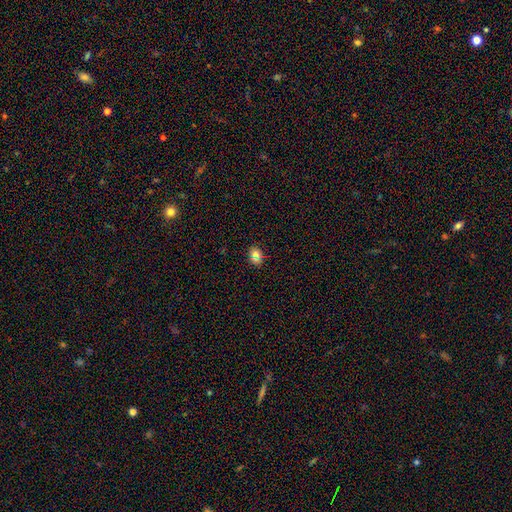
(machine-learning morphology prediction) smooth 75%, star or artifact 15%, featured or disk 10%. Down the decision tree: how rounded — round (53%); merging — none (80%).